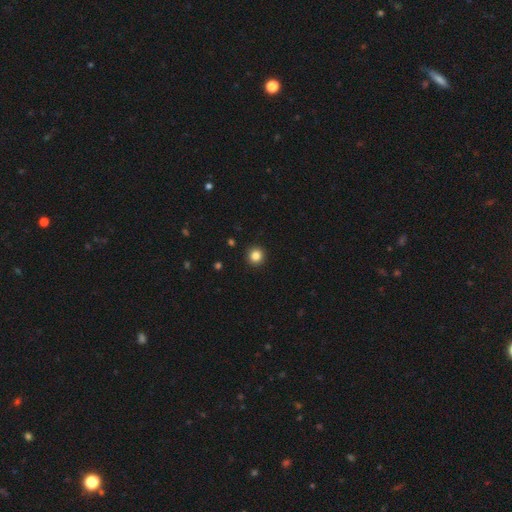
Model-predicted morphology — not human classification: type=smooth (85%); roundness=round (95%); merging=none (93%).